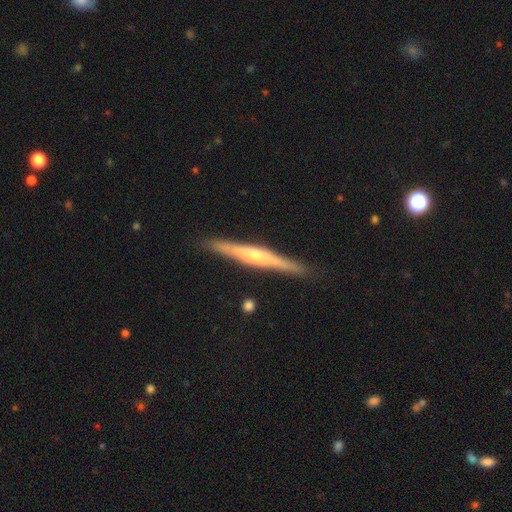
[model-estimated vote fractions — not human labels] This is likely a featured or disk galaxy (72%). It is clearly viewed edge-on (97%). Edge-on bulge: likely rounded (72%). Merging: clearly none (90%).